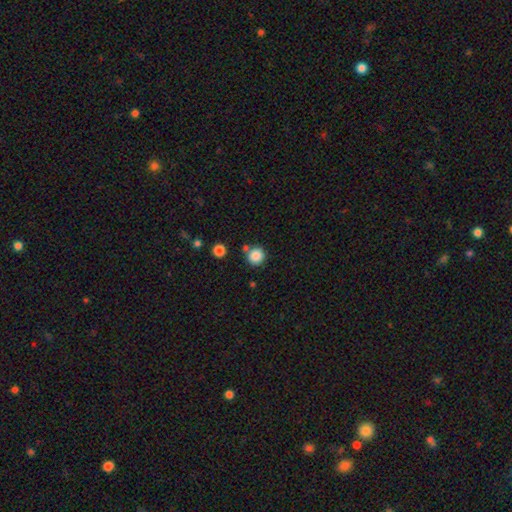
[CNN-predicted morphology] type=smooth (86%); roundness=round (94%); merging=none (79%).